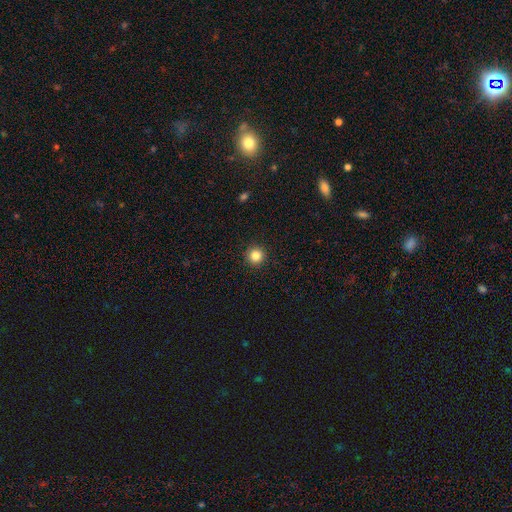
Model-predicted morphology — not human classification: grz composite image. It shows a smooth galaxy with no disk features (85%) that is round (96%). Merging: none (92%).